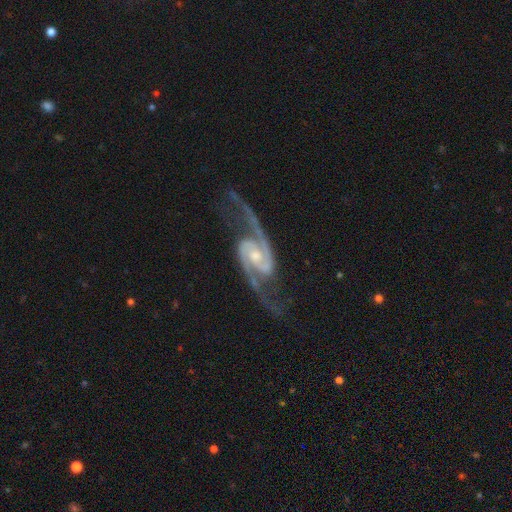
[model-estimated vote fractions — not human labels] This appears to be a featured or disk galaxy (94%) with no bar (44%), 2 (94%) medium (52%) spiral arms (99%) and a moderate central bulge (51%). Merging: none (71%).